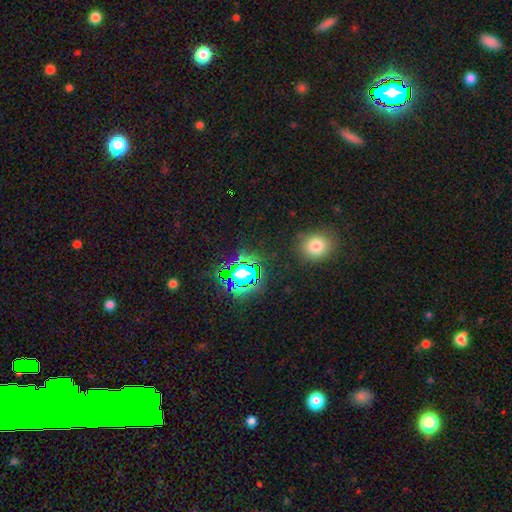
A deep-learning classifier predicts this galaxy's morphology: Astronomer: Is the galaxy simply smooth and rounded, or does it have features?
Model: star or artifact — 54% (runner-up: smooth, 30%).